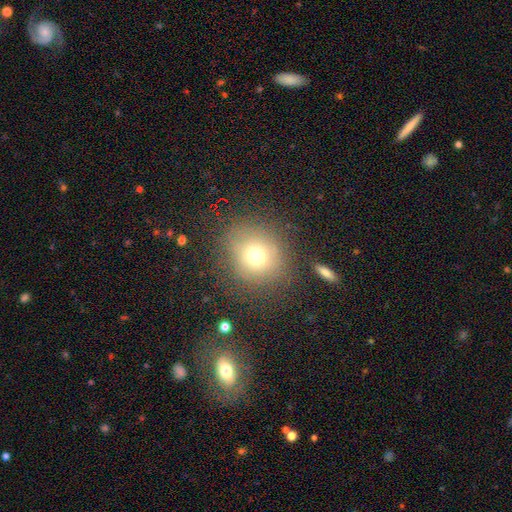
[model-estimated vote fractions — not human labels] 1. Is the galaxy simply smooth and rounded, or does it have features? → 70% smooth, 16% star or artifact, 14% featured or disk.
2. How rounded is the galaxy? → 83% round, 16% in between, 1% cigar-shaped.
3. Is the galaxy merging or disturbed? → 80% none, 12% minor disturbance, 5% major disturbance, 3% merger.